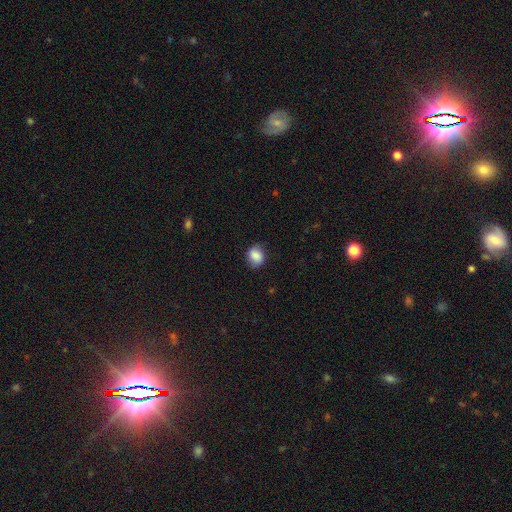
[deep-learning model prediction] A smooth galaxy with no disk features (83%) that is round (55%).

Vote fractions:
- Smooth or featured? smooth: 83% / featured or disk: 8% / star or artifact: 8%
- How rounded? round: 55% / in between: 44% / cigar-shaped: 1%
- Merging? none: 77% / minor disturbance: 17% / major disturbance: 4% / merger: 1%